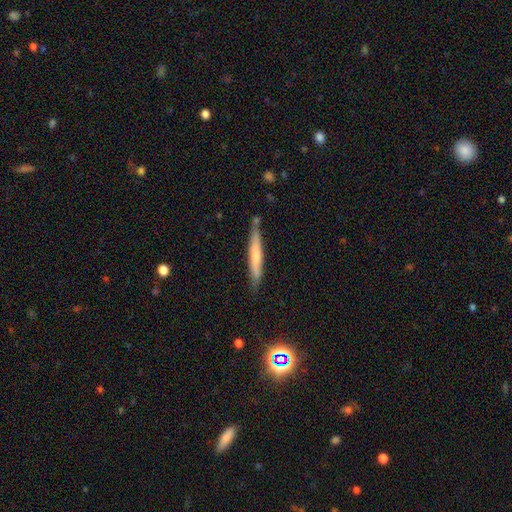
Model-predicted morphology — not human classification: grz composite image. It shows a smooth galaxy with no disk features (59%) that is cigar-shaped (95%). Merging: none (77%).